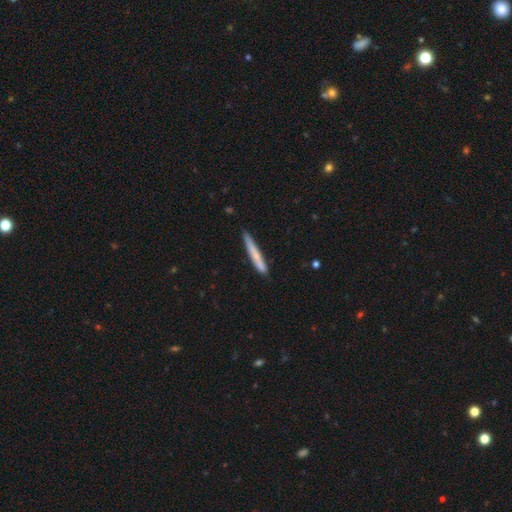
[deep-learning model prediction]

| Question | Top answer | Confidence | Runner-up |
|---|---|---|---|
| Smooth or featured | smooth | 66% | featured or disk (28%) |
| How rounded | cigar-shaped | 96% | in between (3%) |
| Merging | none | 82% | minor disturbance (13%) |